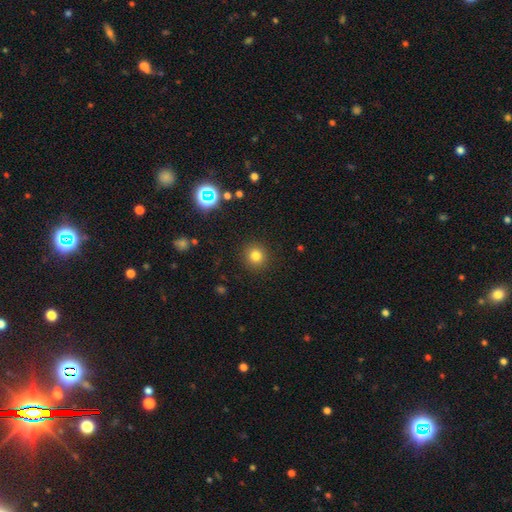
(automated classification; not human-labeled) A smooth galaxy with no disk features (79%) that is round (93%).

Vote fractions:
- Smooth or featured? smooth: 79% / star or artifact: 15% / featured or disk: 6%
- How rounded? round: 93% / in between: 6% / cigar-shaped: 1%
- Merging? none: 91% / minor disturbance: 6% / major disturbance: 2% / merger: 1%